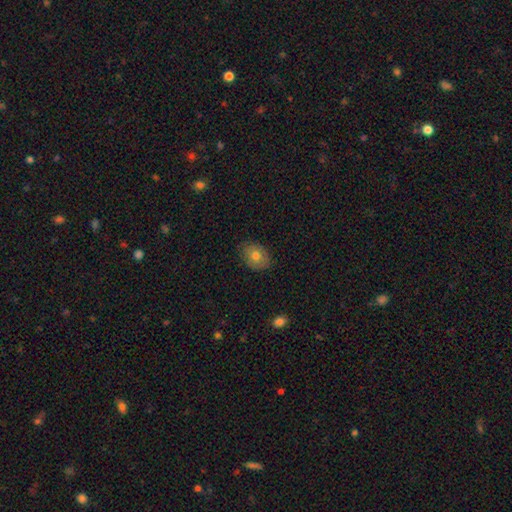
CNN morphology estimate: Smooth or featured? Predicted: smooth (p=0.73). How rounded? Predicted: in between (p=0.64). Merging? Predicted: none (p=0.82).